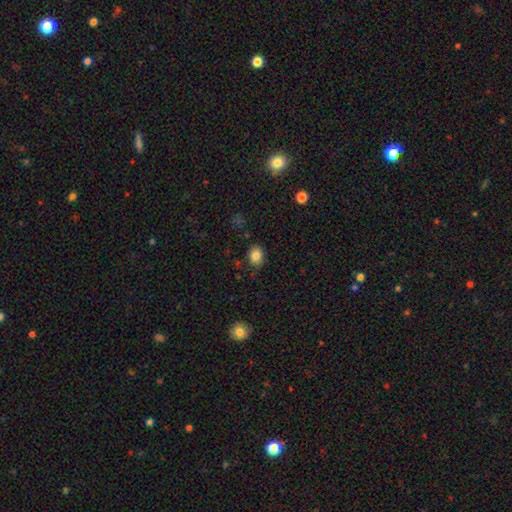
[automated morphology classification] Smooth or featured: smooth — 84% (star or artifact — 10%)
How rounded: in between — 53% (round — 46%)
Merging: none — 82% (minor disturbance — 13%)